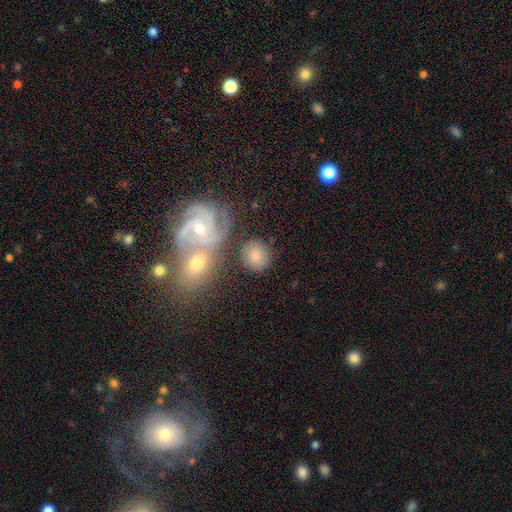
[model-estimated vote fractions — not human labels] This is likely a smooth galaxy (69%). How rounded: likely round (75%). Merging: likely none (72%).